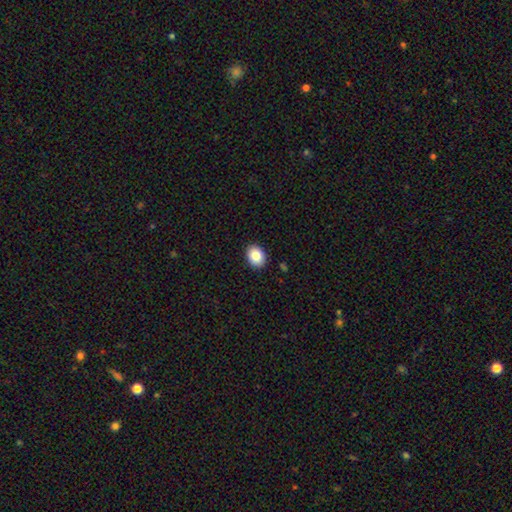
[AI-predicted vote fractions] Morphology: type=smooth (85%); roundness=in between (61%); merging=none (90%).